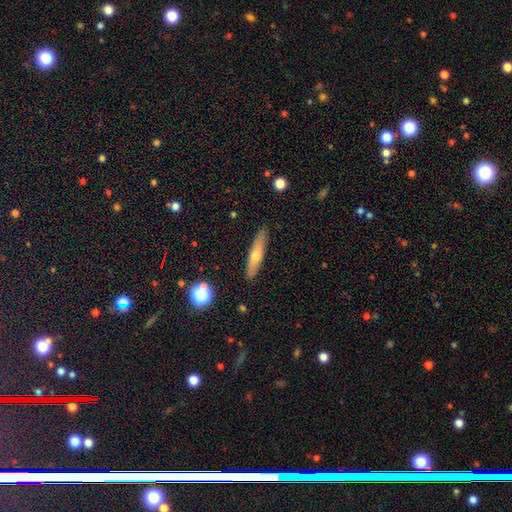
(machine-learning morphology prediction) type=smooth (51%); roundness=cigar-shaped (83%); merging=none (87%).